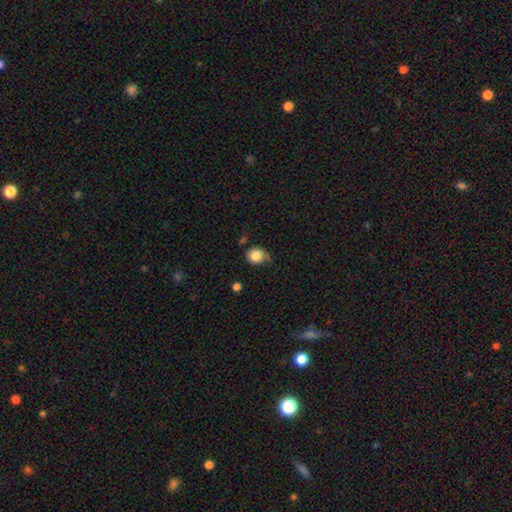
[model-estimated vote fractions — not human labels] A smooth galaxy with no disk features (83%) that is round (77%). Merging: none (55%).